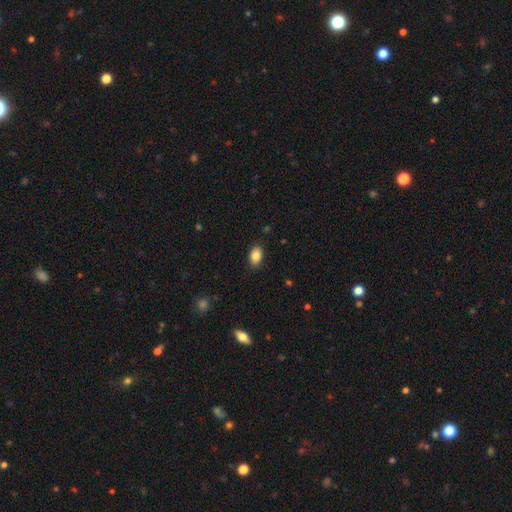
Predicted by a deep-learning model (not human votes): The model was most divided on "smooth or featured": smooth: 85%, star or artifact: 8%, featured or disk: 6%. More confident: how rounded — in between (88%); merging — none (88%).